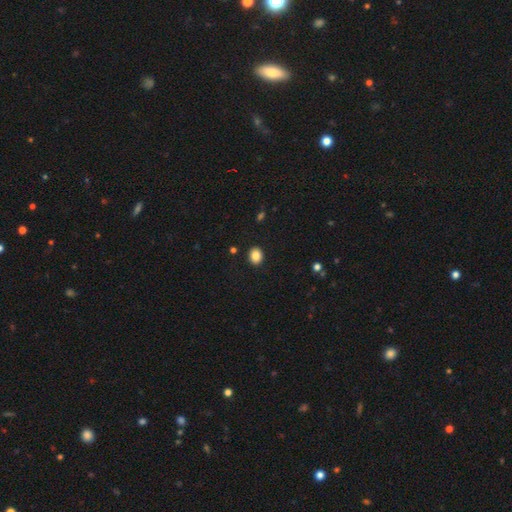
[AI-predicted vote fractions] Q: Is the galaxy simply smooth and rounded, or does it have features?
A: smooth — 85%.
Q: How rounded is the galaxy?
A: round — 55%.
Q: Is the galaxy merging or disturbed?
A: none — 91%.